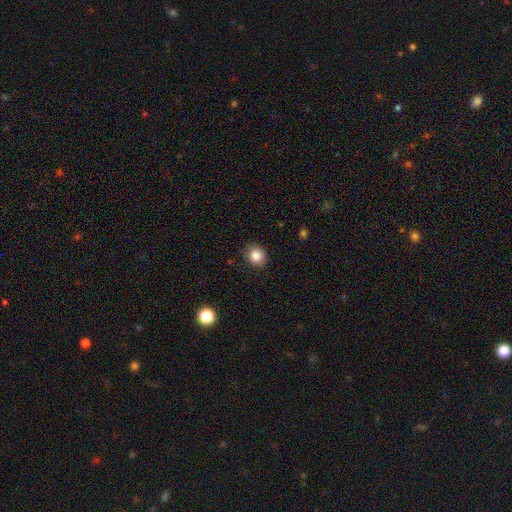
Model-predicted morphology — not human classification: This appears to be a smooth galaxy with no disk features (86%) that is round (72%). Merging: none (85%).